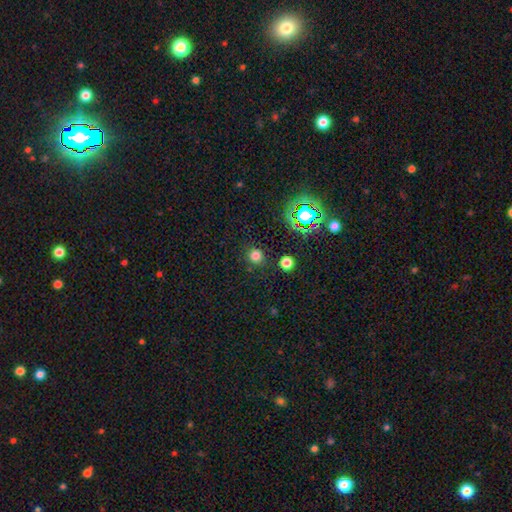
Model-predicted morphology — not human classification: smooth-or-featured: smooth: 75% | star or artifact: 20% | featured or disk: 5%
  how-rounded: round: 91% | in between: 8% | cigar-shaped: 1%
  merging: none: 87% | minor disturbance: 7% | major disturbance: 3% | merger: 3%